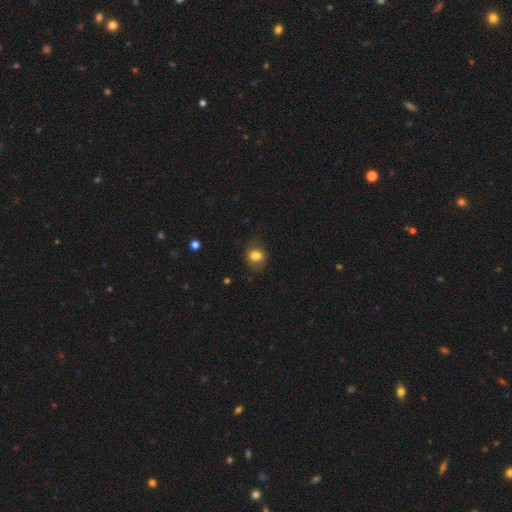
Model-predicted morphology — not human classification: type=smooth (76%); roundness=in between (52%); merging=none (72%).